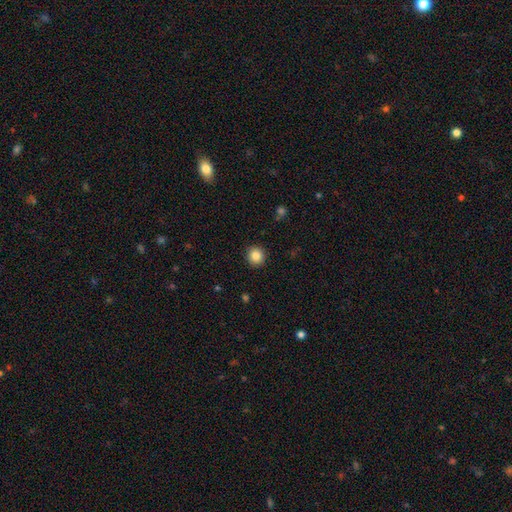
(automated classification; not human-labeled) smooth_or_featured: smooth (p=0.85) [alt: star or artifact p=0.10]
how_rounded: round (p=0.91) [alt: in between p=0.08]
merging: none (p=0.92) [alt: minor disturbance p=0.06]